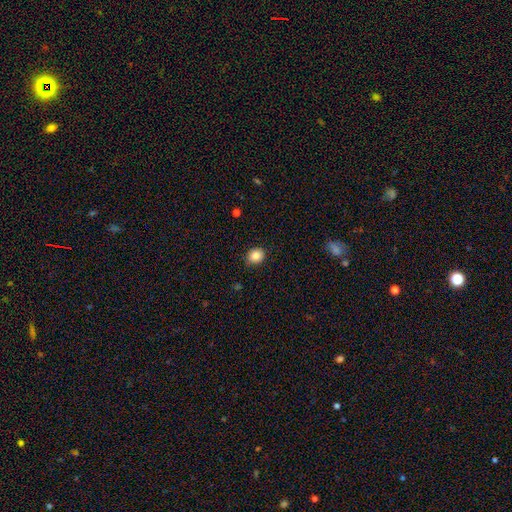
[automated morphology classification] The model was most divided on "how rounded": round: 67%, in between: 32%, cigar-shaped: 1%. More confident: smooth or featured — smooth (86%); merging — none (85%).